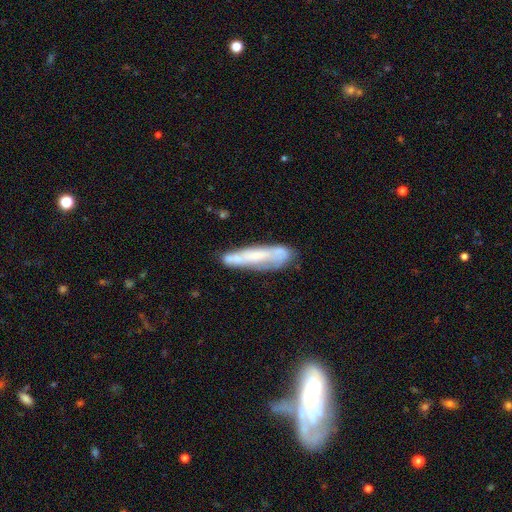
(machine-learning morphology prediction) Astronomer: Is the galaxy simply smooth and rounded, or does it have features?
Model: featured or disk — 51% (runner-up: smooth, 41%).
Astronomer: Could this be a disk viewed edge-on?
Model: no — 57% (runner-up: yes, 43%).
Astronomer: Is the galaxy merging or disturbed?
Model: none — 60%.